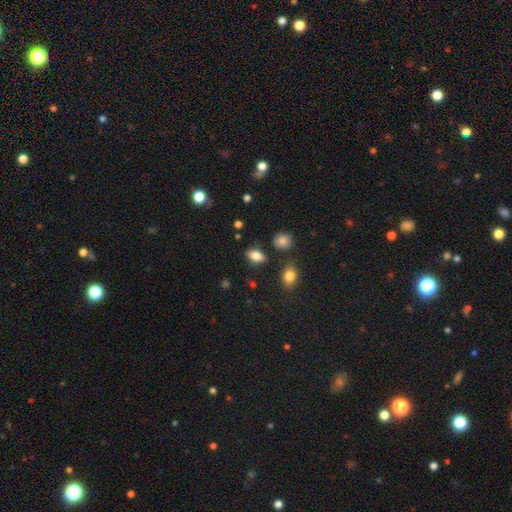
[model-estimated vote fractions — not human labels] A smooth galaxy with no disk features (76%) that is in between round and cigar-shaped (84%).

Vote fractions:
- Smooth or featured? smooth: 76% / featured or disk: 15% / star or artifact: 10%
- How rounded? in between: 84% / round: 12% / cigar-shaped: 5%
- Merging? none: 80% / minor disturbance: 12% / merger: 4% / major disturbance: 3%